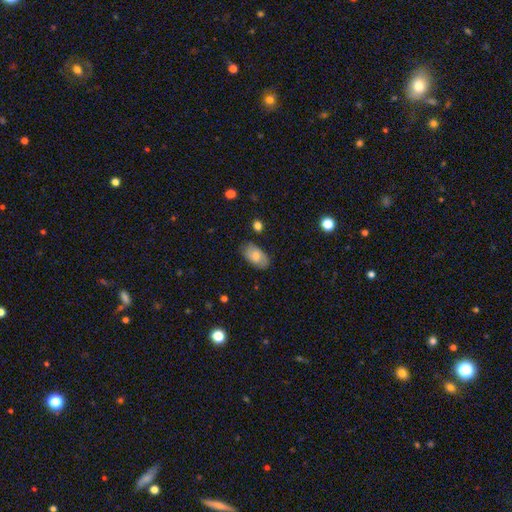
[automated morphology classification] Smooth or featured? smooth (69%)
How rounded? in between (93%)
Merging? none (81%)